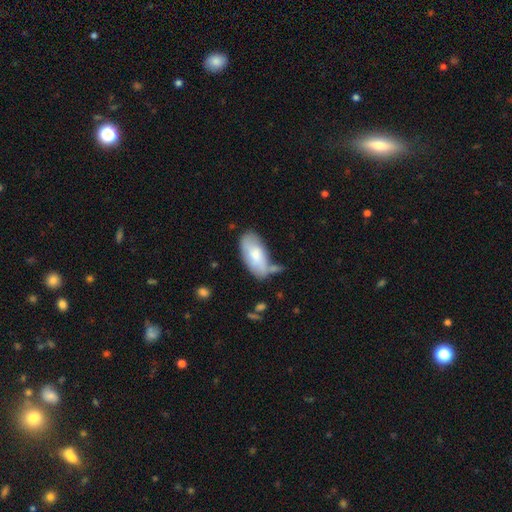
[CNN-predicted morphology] Q: Smooth or featured?
A: smooth (71%); runner-up: featured or disk (23%)
Q: How rounded?
A: in between (91%); runner-up: cigar-shaped (7%)
Q: Merging?
A: none (49%); runner-up: minor disturbance (27%)